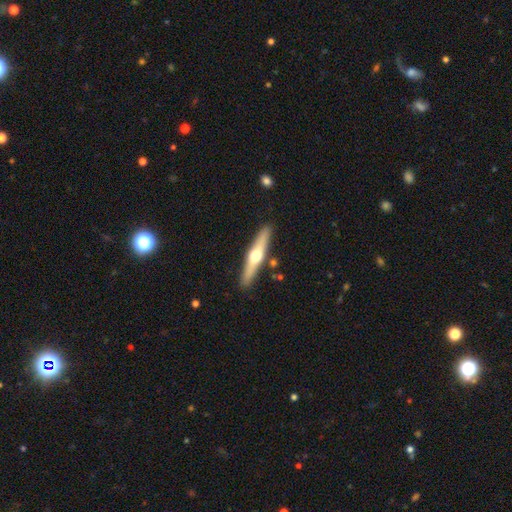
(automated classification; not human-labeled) Q: Smooth or featured?
A: featured or disk (60%); runner-up: smooth (35%)
Q: Edge-on disk?
A: yes (95%); runner-up: no (5%)
Q: Edge-on bulge?
A: rounded (94%); runner-up: none (4%)
Q: Merging?
A: none (89%); runner-up: minor disturbance (7%)